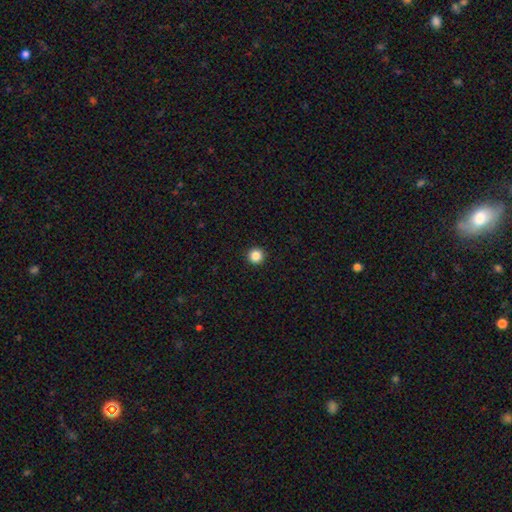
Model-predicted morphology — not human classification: A smooth galaxy with no disk features (86%) that is round (96%).

Vote fractions:
- Smooth or featured? smooth: 86% / star or artifact: 11% / featured or disk: 3%
- How rounded? round: 96% / in between: 3% / cigar-shaped: 1%
- Merging? none: 94% / minor disturbance: 4% / major disturbance: 1% / merger: 1%